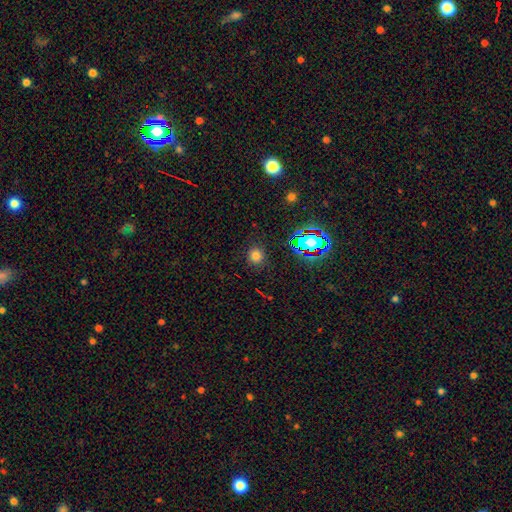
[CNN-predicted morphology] smooth_or_featured: smooth (p=0.73) [alt: star or artifact p=0.21]
how_rounded: round (p=0.91) [alt: in between p=0.08]
merging: none (p=0.88) [alt: minor disturbance p=0.08]